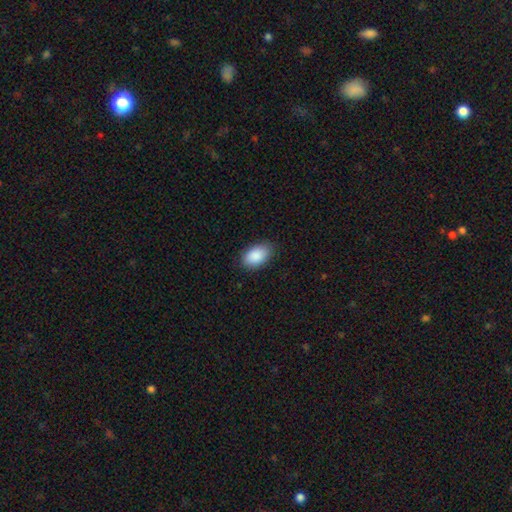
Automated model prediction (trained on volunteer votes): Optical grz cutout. It shows a smooth galaxy with no disk features (90%) that is in between round and cigar-shaped (93%). Merging: none (82%).